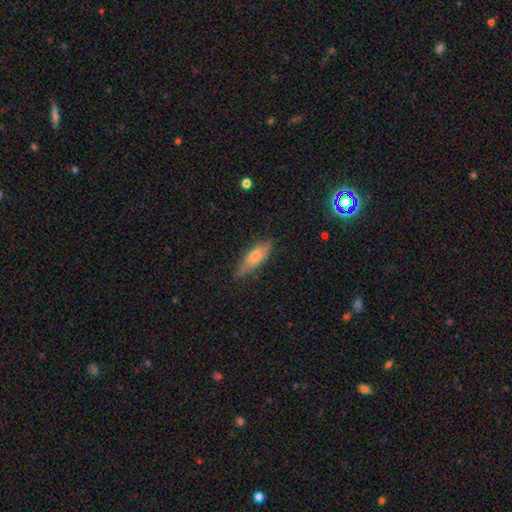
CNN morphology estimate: Overall: smooth (59%; featured or disk 32%). How rounded: cigar-shaped (53%; in between 44%). Merging: none (74%).